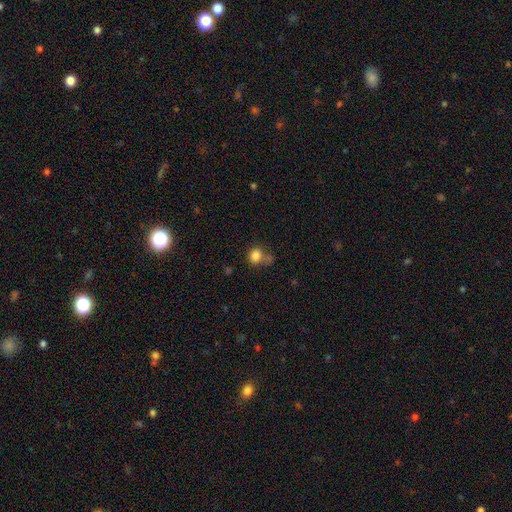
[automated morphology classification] Smooth or featured? smooth (82%)
How rounded? round (60%)
Merging? none (48%)